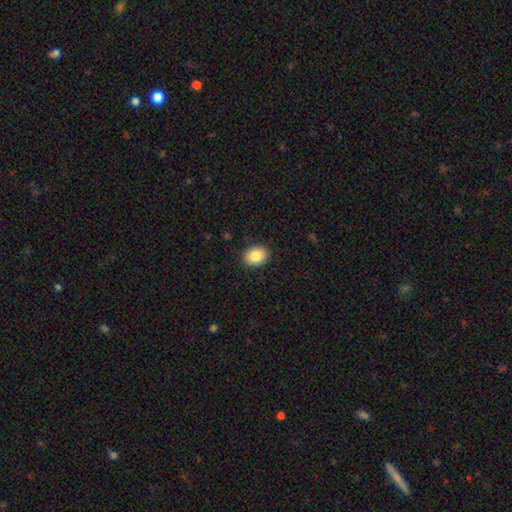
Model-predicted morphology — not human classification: Smooth or featured? smooth (85%)
How rounded? in between (66%)
Merging? none (89%)